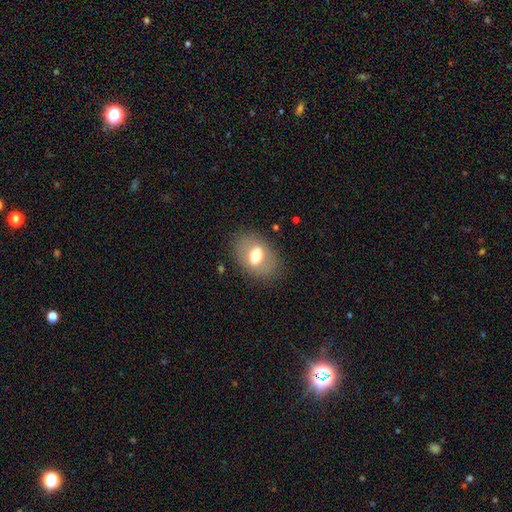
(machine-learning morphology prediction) smooth_or_featured: smooth (p=0.58) [alt: featured or disk p=0.34]
how_rounded: in between (p=0.76) [alt: round p=0.23]
merging: none (p=0.79) [alt: minor disturbance p=0.13]